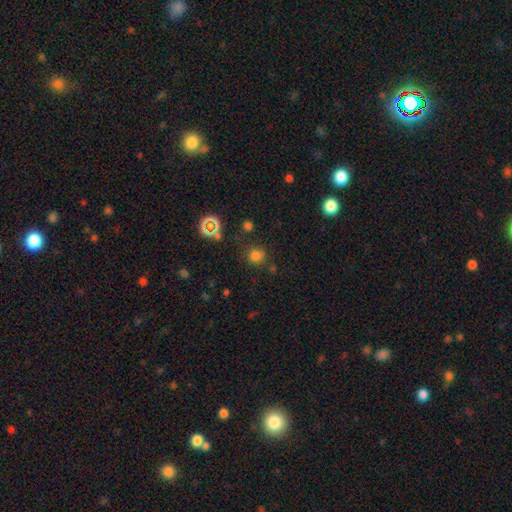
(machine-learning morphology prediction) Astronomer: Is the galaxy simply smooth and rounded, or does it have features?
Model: smooth — 70%.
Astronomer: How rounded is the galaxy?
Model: round — 87%.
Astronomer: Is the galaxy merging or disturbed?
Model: none — 77%.